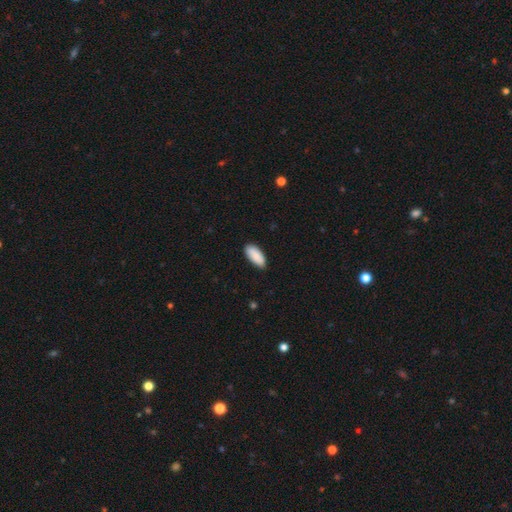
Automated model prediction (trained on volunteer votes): Q: Smooth or featured?
A: smooth (89%); runner-up: star or artifact (6%)
Q: How rounded?
A: in between (86%); runner-up: cigar-shaped (12%)
Q: Merging?
A: none (83%); runner-up: minor disturbance (14%)